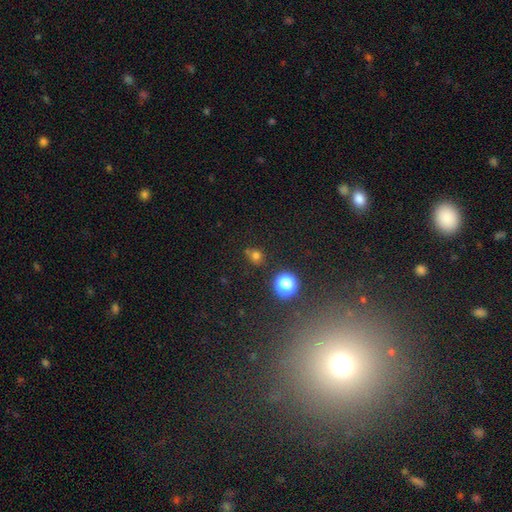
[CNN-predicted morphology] Smooth or featured? smooth (67%)
How rounded? round (79%)
Merging? none (64%)